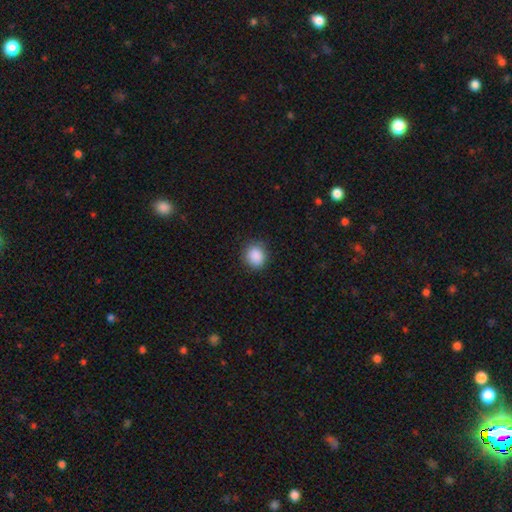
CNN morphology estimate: Smooth or featured? Predicted: smooth (p=0.89). How rounded? Predicted: round (p=0.78). Merging? Predicted: none (p=0.87).